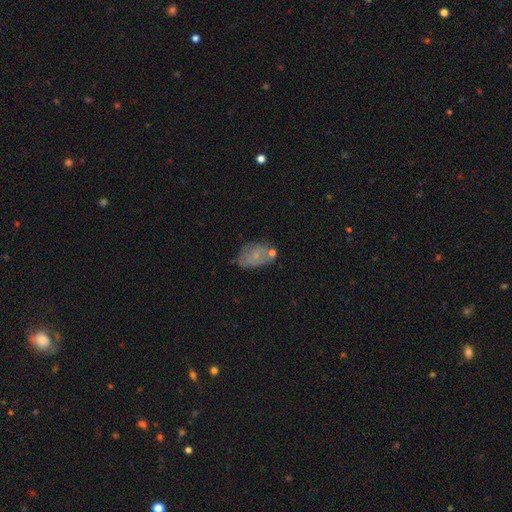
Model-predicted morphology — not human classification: type=smooth (48%); merging=none (50%).